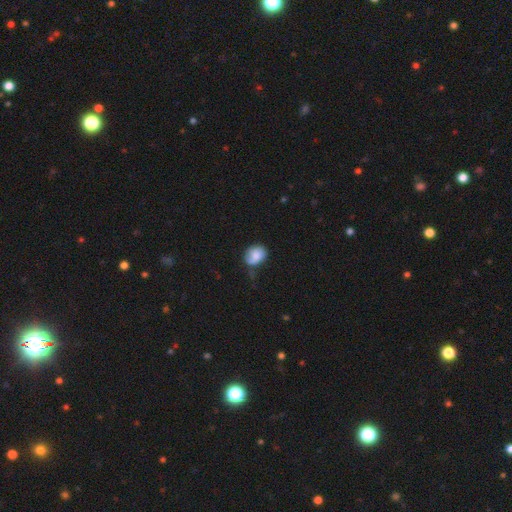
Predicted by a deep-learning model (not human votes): Smooth or featured?
  - smooth: 73% *
  - featured or disk: 19%
  - star or artifact: 8%
How rounded?
  - in between: 53% *
  - round: 46%
  - cigar-shaped: 1%
Merging?
  - none: 44% *
  - minor disturbance: 37%
  - major disturbance: 14%
  - merger: 4%